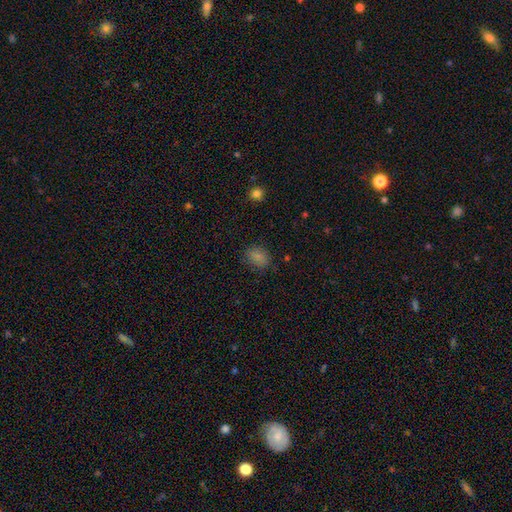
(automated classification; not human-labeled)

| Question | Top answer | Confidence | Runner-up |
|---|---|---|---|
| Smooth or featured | smooth | 72% | star or artifact (20%) |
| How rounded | in between | 61% | round (38%) |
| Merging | none | 83% | minor disturbance (13%) |